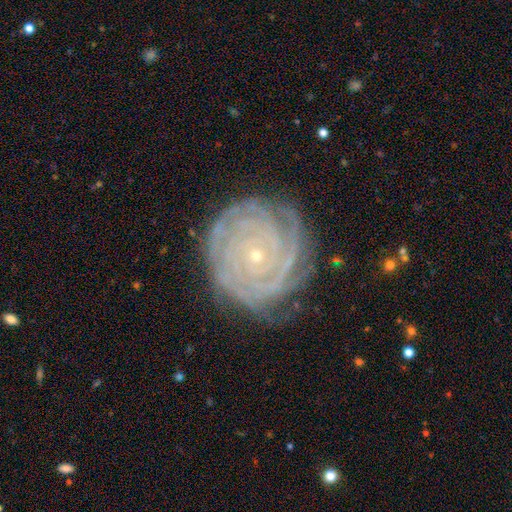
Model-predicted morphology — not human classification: A featured or disk galaxy (86%) with no bar (82%), 4 (24%) tight (89%) spiral arms (97%) and a small central bulge (87%).

Vote fractions:
- Smooth or featured? featured or disk: 86% / star or artifact: 7% / smooth: 7%
- Edge-on disk? no: 97% / yes: 3%
- Bar? no: 82% / weak: 12% / strong: 6%
- Spiral arms? yes: 97% / no: 3%
- Spiral winding? tight: 89% / medium: 9% / loose: 2%
- Spiral arm count? 4: 24% / can't tell: 21% / 3: 18% / more than 4: 17% / 2: 13% / 1: 7%
- Bulge size? small: 87% / moderate: 10% / none: 1% / large: 1% / dominant: 1%
- Merging? none: 79% / minor disturbance: 16% / major disturbance: 5% / merger: 1%